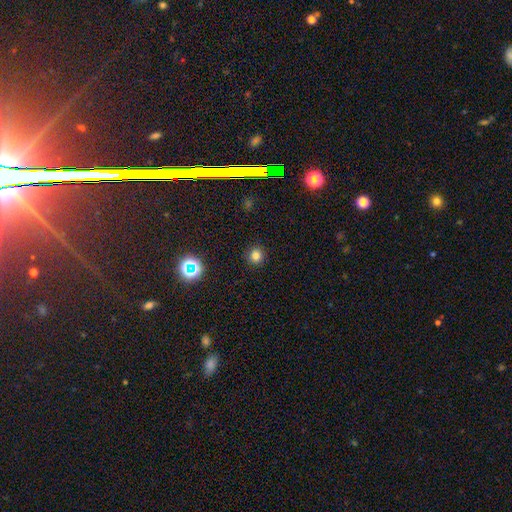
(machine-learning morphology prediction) This is likely a smooth galaxy (80%). How rounded: clearly round (94%). Merging: clearly none (92%).